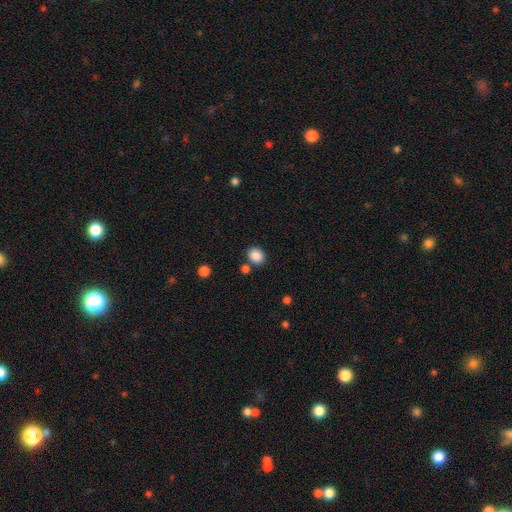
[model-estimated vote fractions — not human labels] Smooth or featured: smooth — 86% (star or artifact — 9%)
How rounded: round — 58% (in between — 42%)
Merging: none — 78% (minor disturbance — 10%)